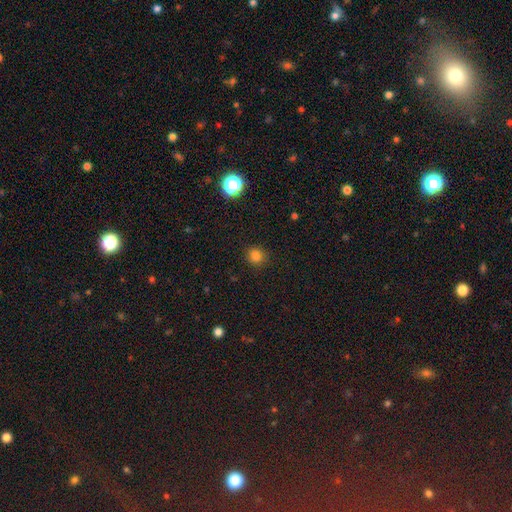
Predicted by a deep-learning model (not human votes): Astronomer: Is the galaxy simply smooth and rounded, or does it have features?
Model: smooth — 81%.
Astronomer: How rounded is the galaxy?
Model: round — 87%.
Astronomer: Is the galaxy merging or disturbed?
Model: none — 88%.